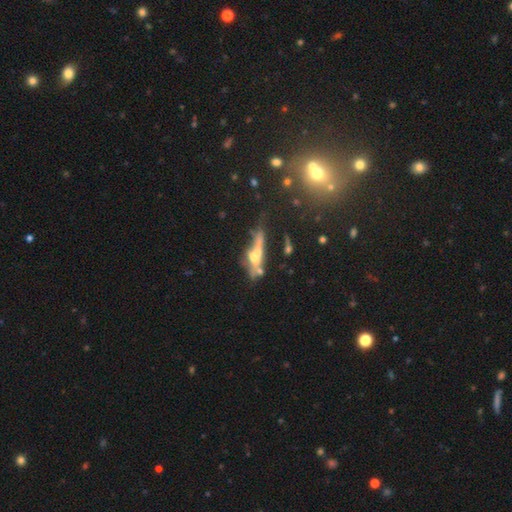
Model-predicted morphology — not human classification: smooth_or_featured: featured or disk (p=0.56) [alt: smooth p=0.30]
disk_edge_on: yes (p=0.50) [tied with: no p=0.50]
merging: merger (p=0.36) [alt: none p=0.29]